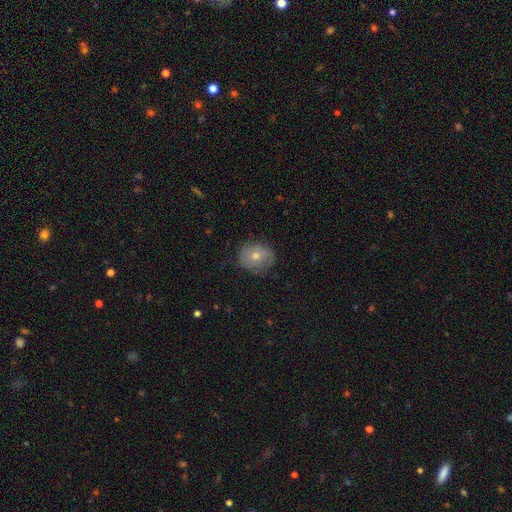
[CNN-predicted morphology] smooth-or-featured: smooth: 56% | featured or disk: 32% | star or artifact: 12%
  how-rounded: round: 71% | in between: 28% | cigar-shaped: 1%
  merging: none: 77% | minor disturbance: 18% | major disturbance: 4% | merger: 1%